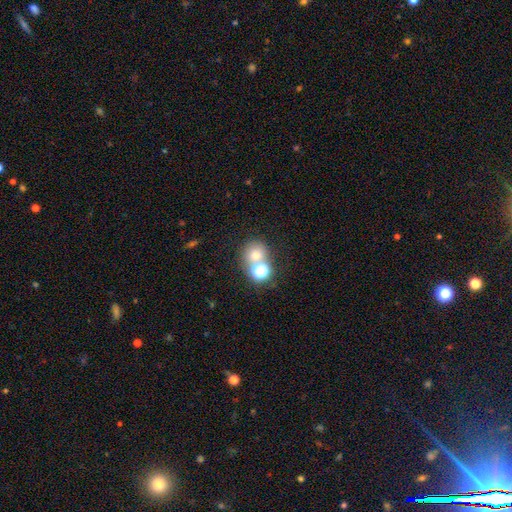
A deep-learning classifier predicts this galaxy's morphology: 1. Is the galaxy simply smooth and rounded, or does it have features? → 68% smooth, 19% star or artifact, 13% featured or disk.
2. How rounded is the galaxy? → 82% round, 17% in between, 1% cigar-shaped.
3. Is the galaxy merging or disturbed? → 50% none, 38% merger, 8% minor disturbance, 4% major disturbance.